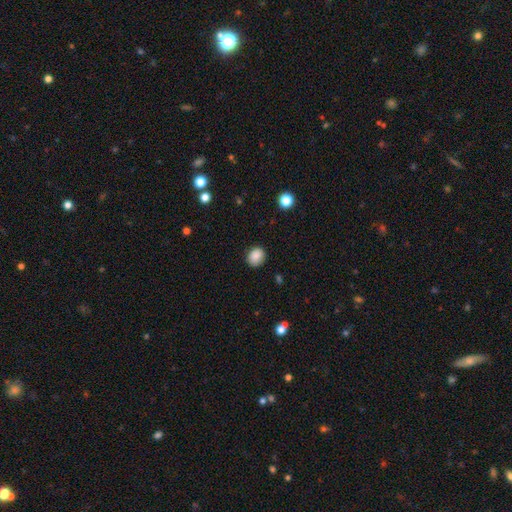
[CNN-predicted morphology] smooth-or-featured: smooth: 87% | star or artifact: 9% | featured or disk: 4%
  how-rounded: round: 60% | in between: 39% | cigar-shaped: 1%
  merging: none: 87% | minor disturbance: 10% | major disturbance: 2% | merger: 1%